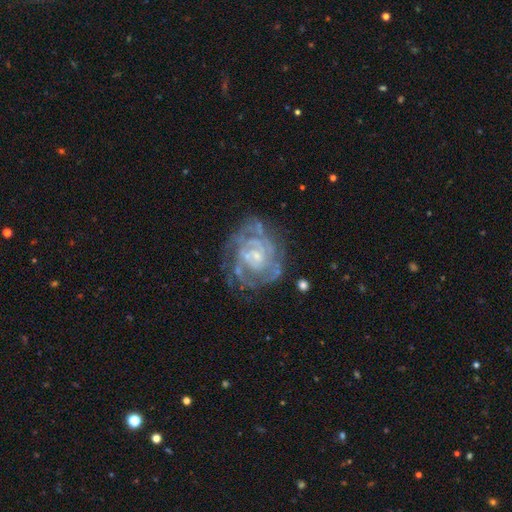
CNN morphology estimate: featured or disk 83%, smooth 9%, star or artifact 8%. Down the decision tree: edge-on disk — no (98%); bar — no (61%); spiral arms — yes (85%); spiral arm count — can't tell (44%); spiral winding — tight (66%); bulge size — small (68%); merging — none (65%).